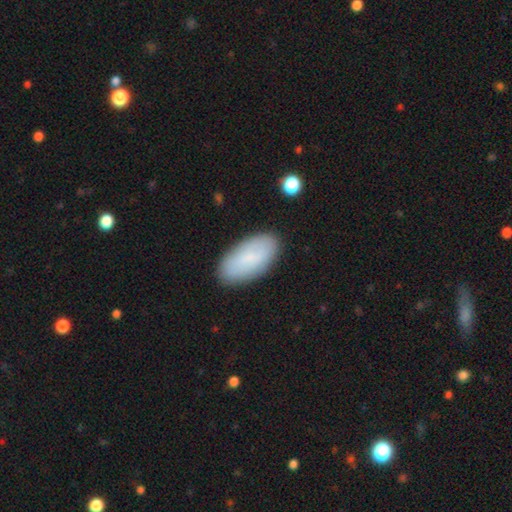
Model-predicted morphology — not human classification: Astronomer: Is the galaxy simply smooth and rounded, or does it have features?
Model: smooth — 80%.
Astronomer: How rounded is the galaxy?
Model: in between — 93%.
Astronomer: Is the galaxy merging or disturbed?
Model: none — 88%.